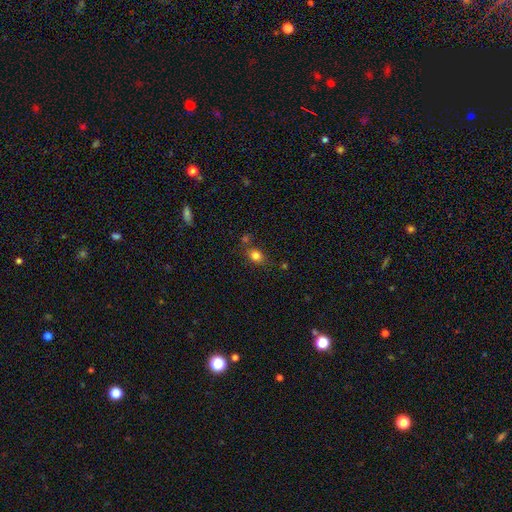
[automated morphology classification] smooth_or_featured: smooth (p=0.81) [alt: star or artifact p=0.13]
how_rounded: in between (p=0.52) [alt: round p=0.46]
merging: none (p=0.72) [alt: minor disturbance p=0.15]